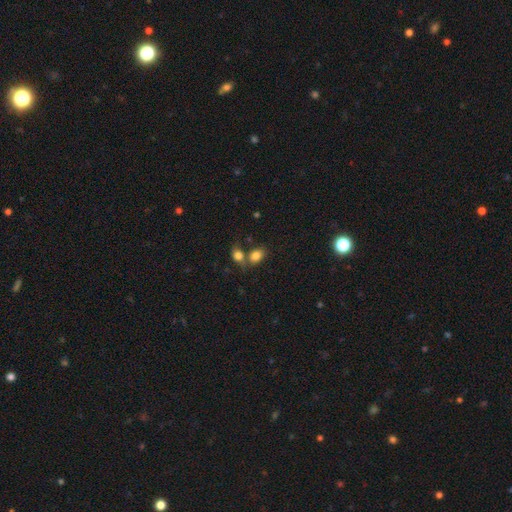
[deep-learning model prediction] Morphology: type=smooth (81%); roundness=in between (68%); merging=none (43%).